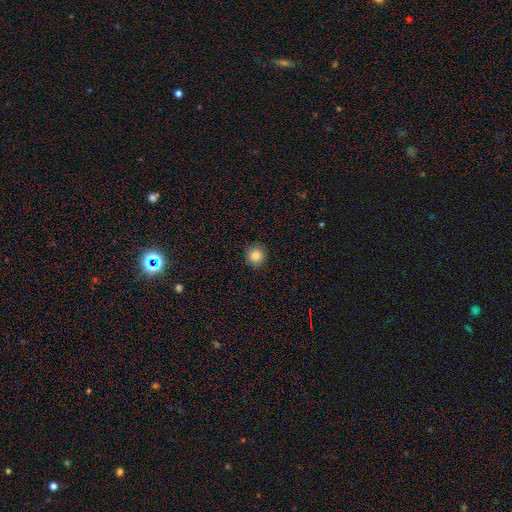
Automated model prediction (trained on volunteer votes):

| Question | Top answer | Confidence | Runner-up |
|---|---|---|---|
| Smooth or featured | smooth | 84% | star or artifact (10%) |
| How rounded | round | 92% | in between (7%) |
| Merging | none | 88% | minor disturbance (9%) |